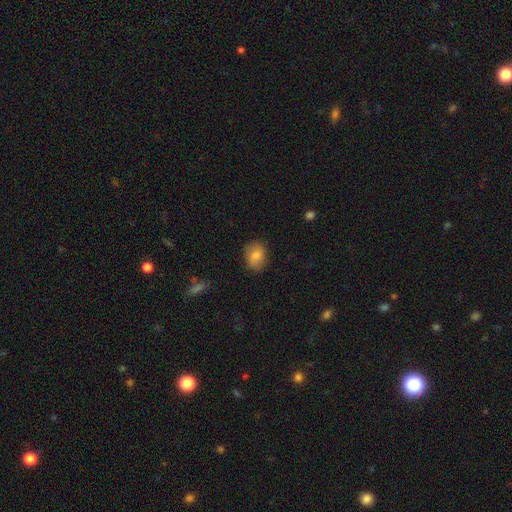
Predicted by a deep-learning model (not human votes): Smooth or featured? smooth (82%)
How rounded? in between (60%)
Merging? none (83%)